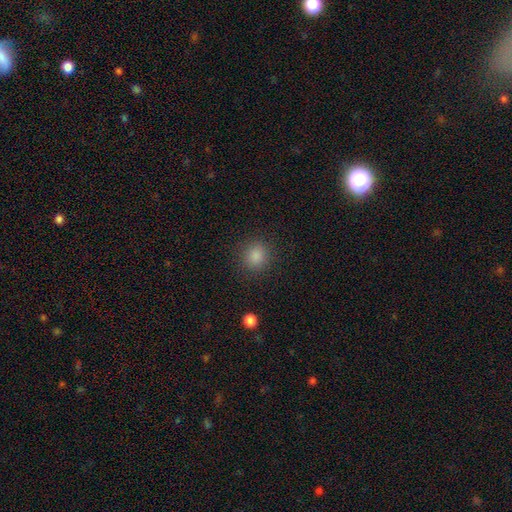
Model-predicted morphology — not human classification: smooth 83%, star or artifact 14%, featured or disk 4%. Down the decision tree: how rounded — round (88%); merging — none (90%).